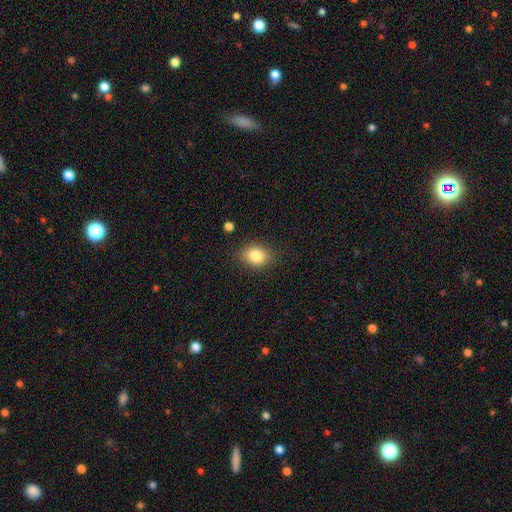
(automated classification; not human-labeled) Morphology: type=smooth (83%); roundness=in between (61%); merging=none (85%).